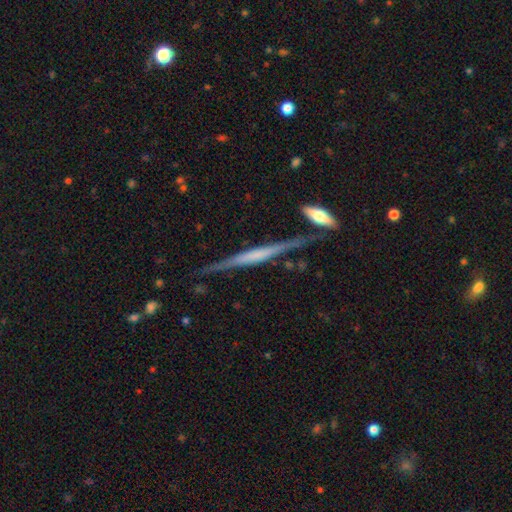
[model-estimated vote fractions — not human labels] Smooth or featured?
  - featured or disk: 71% *
  - smooth: 23%
  - star or artifact: 7%
Edge-on disk?
  - yes: 97% *
  - no: 3%
Edge-on bulge?
  - none: 37% *
  - boxy: 32%
  - rounded: 31%
Merging?
  - none: 78% *
  - minor disturbance: 14%
  - merger: 4%
  - major disturbance: 4%